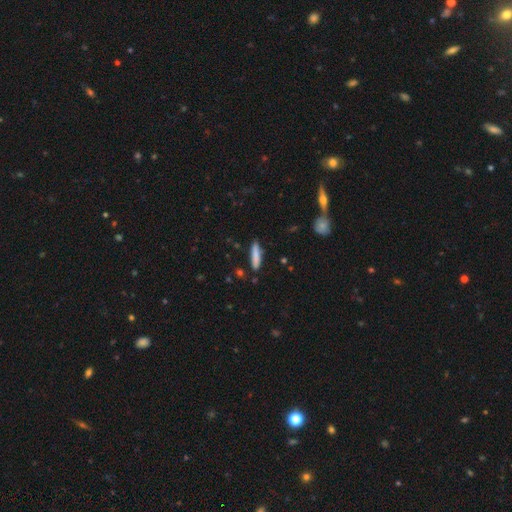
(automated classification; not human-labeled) This appears to be a smooth galaxy with no disk features (82%) that is cigar-shaped (86%). Merging: none (85%).